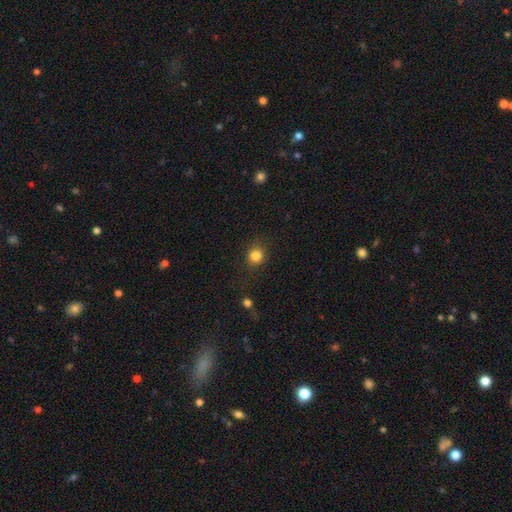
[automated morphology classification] Smooth or featured? Predicted: smooth (p=0.83). How rounded? Predicted: round (p=0.86). Merging? Predicted: none (p=0.84).